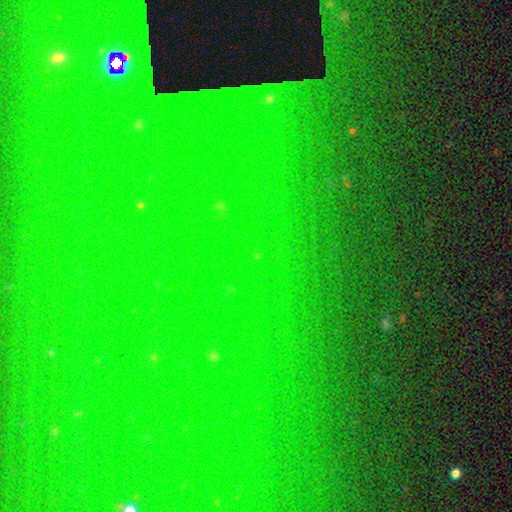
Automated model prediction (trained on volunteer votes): A star or artifact, not a galaxy (79%).